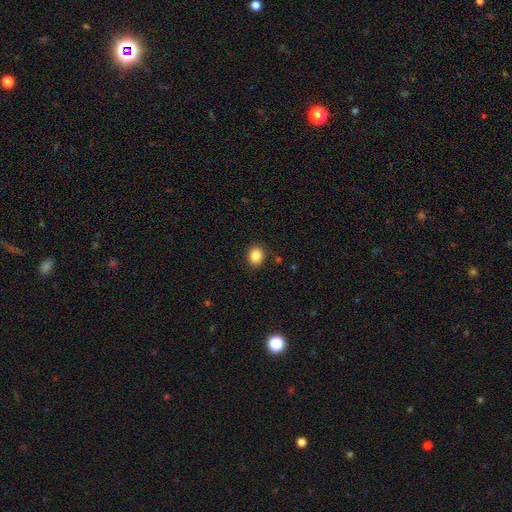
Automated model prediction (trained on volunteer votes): The model was most divided on "how rounded": round: 56%, in between: 43%, cigar-shaped: 1%. More confident: merging — none (89%); smooth or featured — smooth (86%).